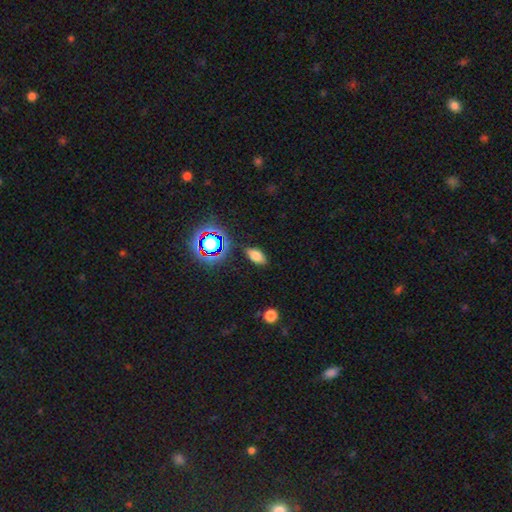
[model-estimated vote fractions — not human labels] smooth_or_featured: smooth (p=0.73) [alt: star or artifact p=0.17]
how_rounded: in between (p=0.88) [alt: cigar-shaped p=0.06]
merging: none (p=0.84) [alt: minor disturbance p=0.12]